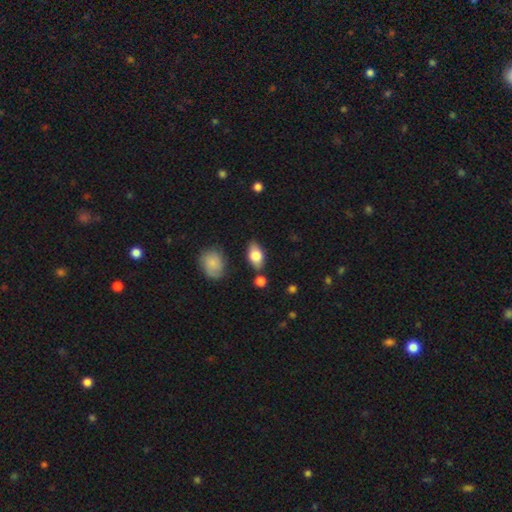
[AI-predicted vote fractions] This is likely a smooth galaxy (75%). How rounded: clearly in between (87%). Merging: likely none (78%).